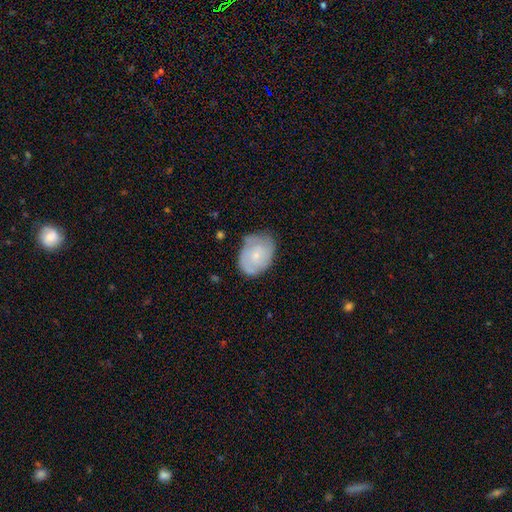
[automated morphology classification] Smooth or featured? Predicted: smooth (p=0.53). How rounded? Predicted: in between (p=0.71). Merging? Predicted: none (p=0.61).